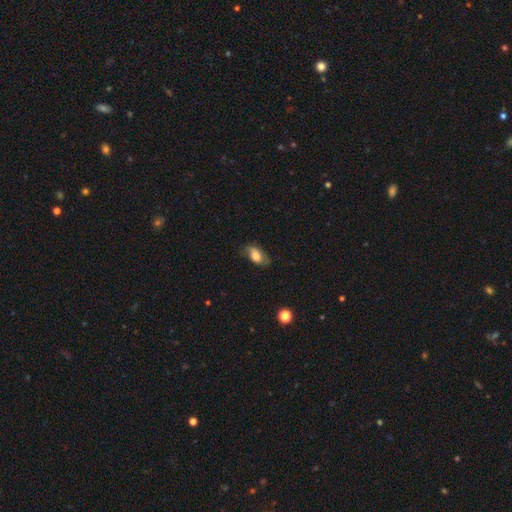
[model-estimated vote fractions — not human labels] Overall: smooth (66%). How rounded: in between (87%). Merging: none (61%; minor disturbance 28%).